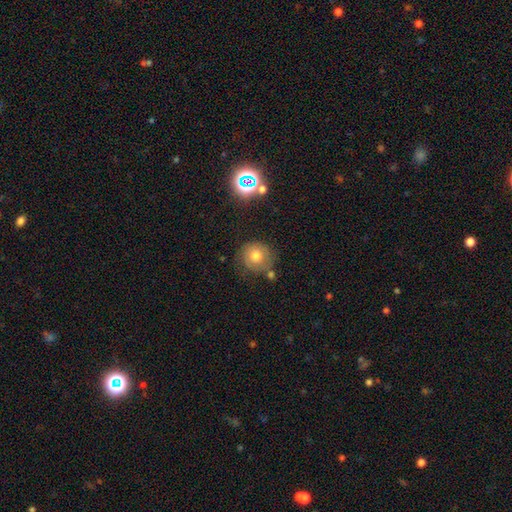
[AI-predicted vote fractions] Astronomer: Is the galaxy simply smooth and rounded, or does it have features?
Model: smooth — 64%.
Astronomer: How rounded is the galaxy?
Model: round — 90%.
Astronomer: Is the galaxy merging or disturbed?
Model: none — 68%.